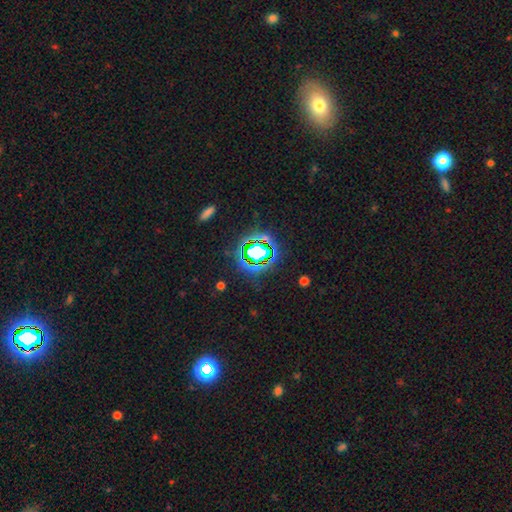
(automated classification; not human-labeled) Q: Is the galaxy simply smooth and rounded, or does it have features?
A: star or artifact — 71%.